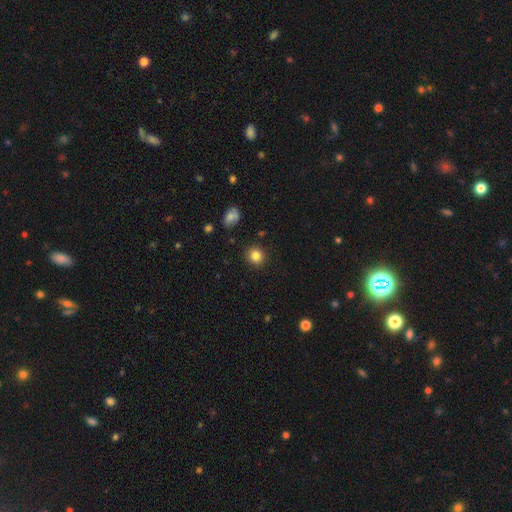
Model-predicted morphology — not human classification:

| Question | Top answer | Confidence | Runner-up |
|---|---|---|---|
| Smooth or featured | smooth | 83% | star or artifact (11%) |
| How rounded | round | 90% | in between (9%) |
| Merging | none | 91% | minor disturbance (6%) |